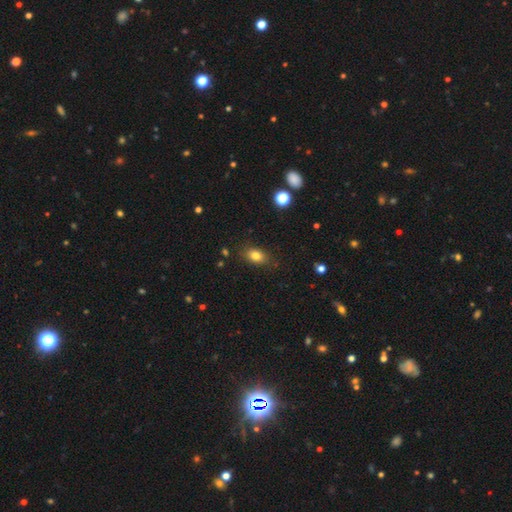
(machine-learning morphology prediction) A smooth galaxy with no disk features (80%) that is in between round and cigar-shaped (79%).

Vote fractions:
- Smooth or featured? smooth: 80% / star or artifact: 11% / featured or disk: 9%
- How rounded? in between: 79% / round: 19% / cigar-shaped: 2%
- Merging? none: 82% / minor disturbance: 13% / major disturbance: 3% / merger: 2%